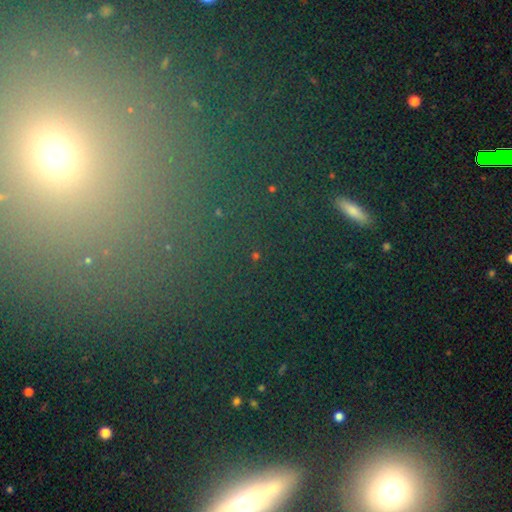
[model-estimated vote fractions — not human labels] Smooth or featured? Predicted: star or artifact (p=0.59).